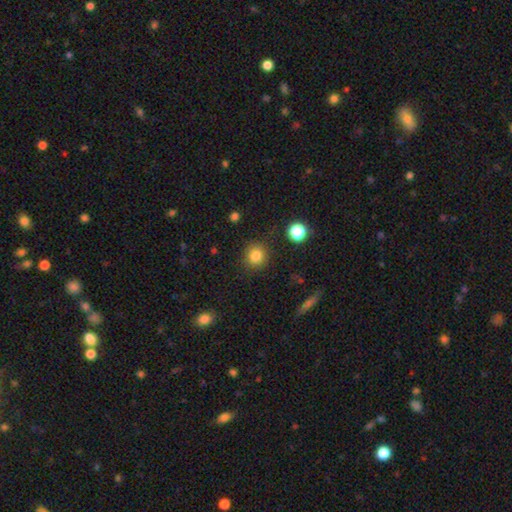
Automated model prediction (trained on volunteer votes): smooth_or_featured: smooth (p=0.82) [alt: star or artifact p=0.12]
how_rounded: round (p=0.90) [alt: in between p=0.09]
merging: none (p=0.88) [alt: minor disturbance p=0.08]